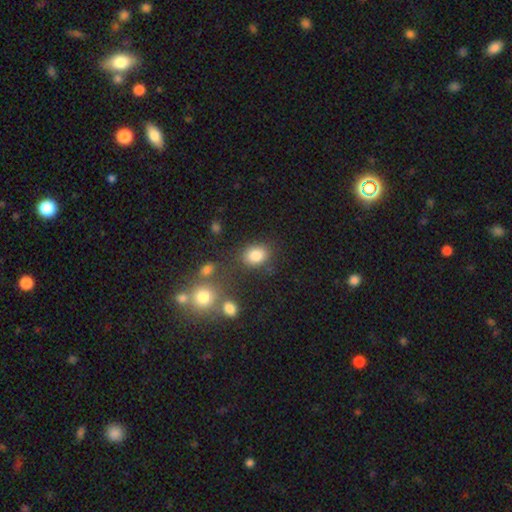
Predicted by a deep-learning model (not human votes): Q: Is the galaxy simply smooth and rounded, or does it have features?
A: smooth — 83%.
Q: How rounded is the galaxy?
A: in between — 58%.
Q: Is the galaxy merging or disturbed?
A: none — 75%.